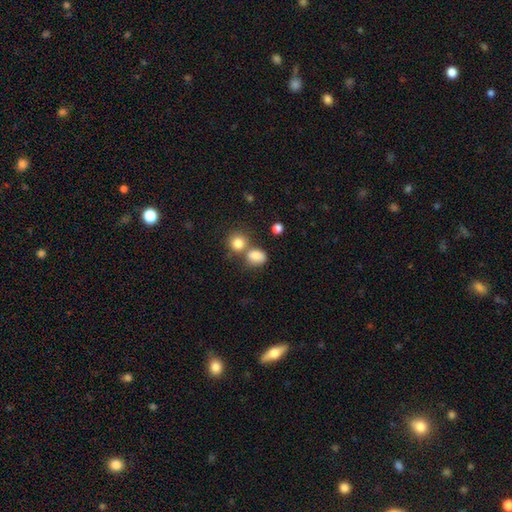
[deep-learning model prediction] This is clearly a smooth galaxy (82%). How rounded: possibly round (53%). Merging: possibly none (47%).